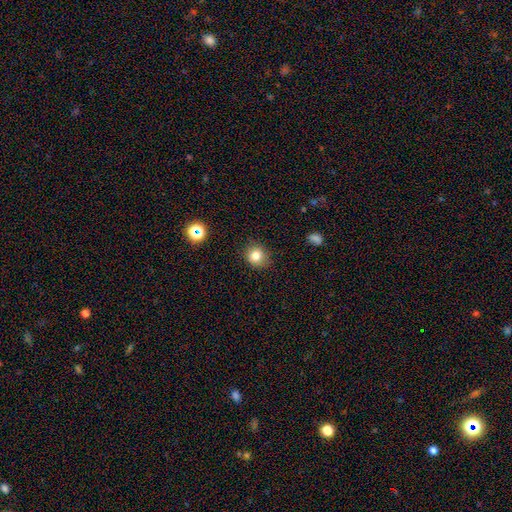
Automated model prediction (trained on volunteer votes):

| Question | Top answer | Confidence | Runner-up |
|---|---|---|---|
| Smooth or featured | smooth | 80% | star or artifact (13%) |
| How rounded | round | 83% | in between (16%) |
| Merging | none | 84% | minor disturbance (12%) |